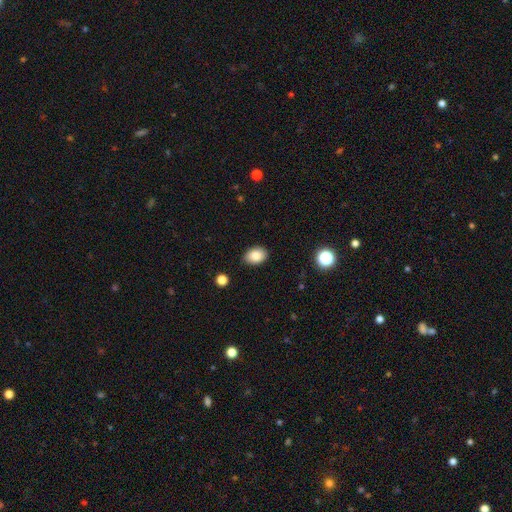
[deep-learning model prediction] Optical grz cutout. It shows a smooth galaxy with no disk features (85%) that is in between round and cigar-shaped (77%). Merging: none (86%).